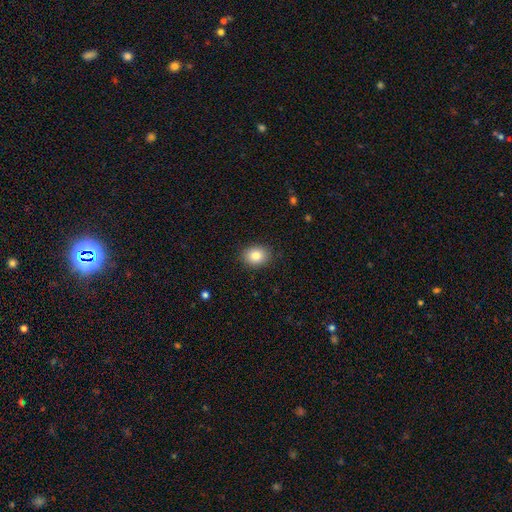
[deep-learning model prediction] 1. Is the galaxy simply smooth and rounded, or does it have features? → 84% smooth, 9% star or artifact, 7% featured or disk.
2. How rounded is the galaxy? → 54% in between, 45% round, 1% cigar-shaped.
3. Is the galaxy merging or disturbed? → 89% none, 8% minor disturbance, 2% major disturbance, 1% merger.